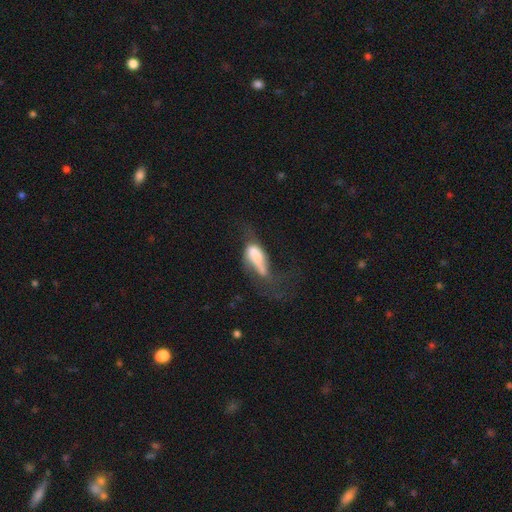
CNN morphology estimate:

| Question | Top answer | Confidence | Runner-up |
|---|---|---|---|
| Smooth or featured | smooth | 56% | featured or disk (34%) |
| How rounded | in between | 77% | cigar-shaped (18%) |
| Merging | major disturbance | 49% | merger (19%) |